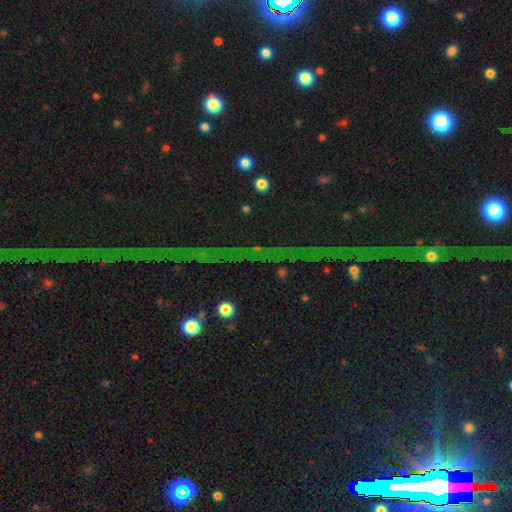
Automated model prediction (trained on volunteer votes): Smooth or featured: star or artifact — 75% (featured or disk — 15%)